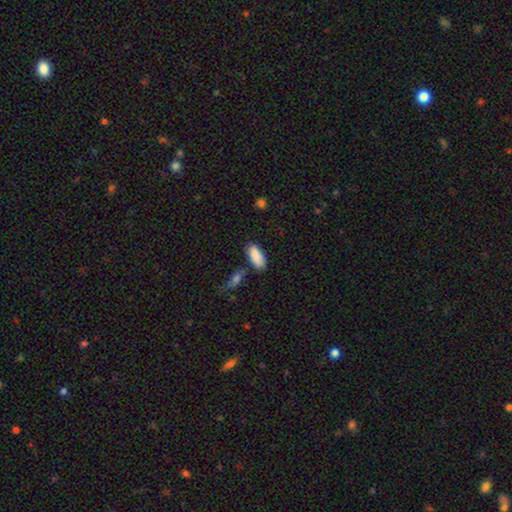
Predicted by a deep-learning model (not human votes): Smooth or featured: smooth — 89% (star or artifact — 6%)
How rounded: in between — 86% (cigar-shaped — 12%)
Merging: none — 72% (minor disturbance — 15%)